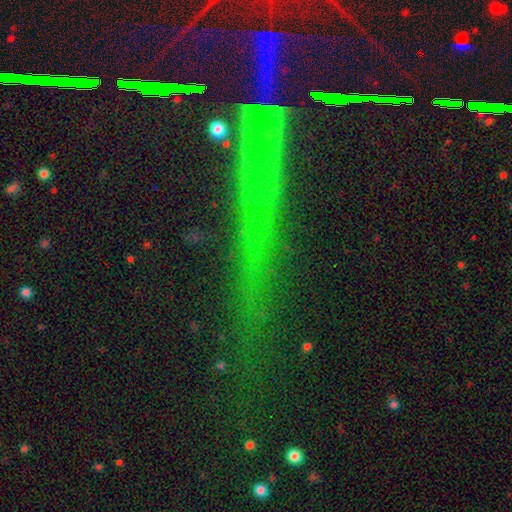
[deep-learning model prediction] Overall: star or artifact (51%; featured or disk 26%).